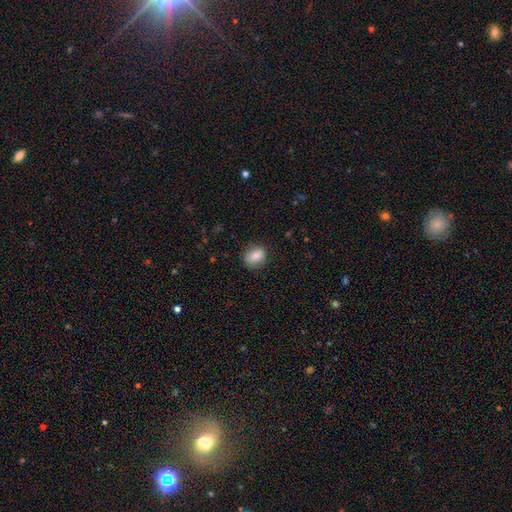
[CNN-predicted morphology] This appears to be a smooth galaxy with no disk features (83%) that is in between round and cigar-shaped (57%). Merging: none (80%).